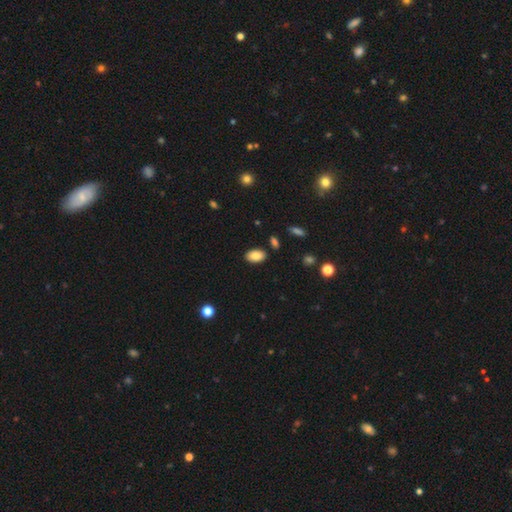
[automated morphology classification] smooth-or-featured: smooth: 84% | featured or disk: 8% | star or artifact: 8%
  how-rounded: in between: 93% | round: 6% | cigar-shaped: 1%
  merging: none: 87% | minor disturbance: 9% | merger: 2% | major disturbance: 2%